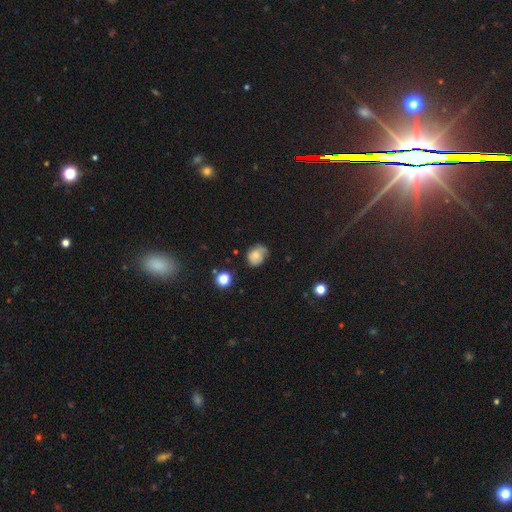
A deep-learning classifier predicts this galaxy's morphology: A smooth galaxy with no disk features (60%) that is round (55%). Merging: none (50%).